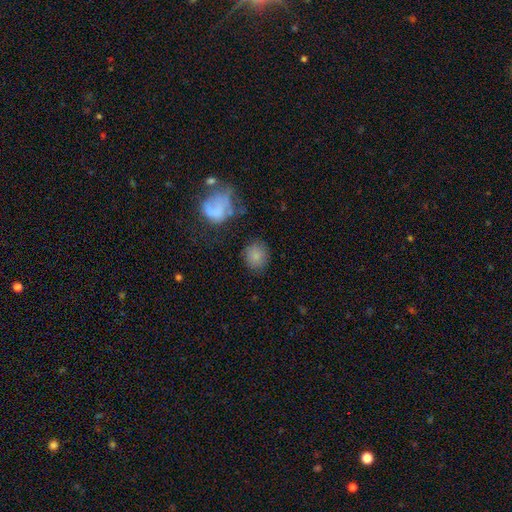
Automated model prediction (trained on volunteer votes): Q: Smooth or featured?
A: smooth (82%); runner-up: star or artifact (10%)
Q: How rounded?
A: round (78%); runner-up: in between (21%)
Q: Merging?
A: none (79%); runner-up: minor disturbance (11%)